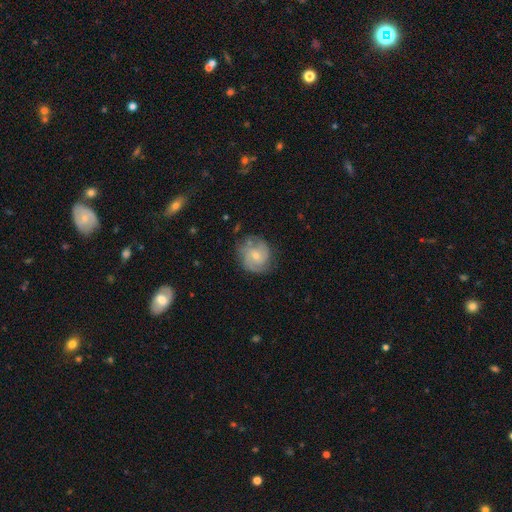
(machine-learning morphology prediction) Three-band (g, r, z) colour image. It shows a featured or disk galaxy (73%) with no bar (66%), 2 (46%) tight (45%) spiral arms (93%) and a small central bulge (61%). Merging: none (71%).